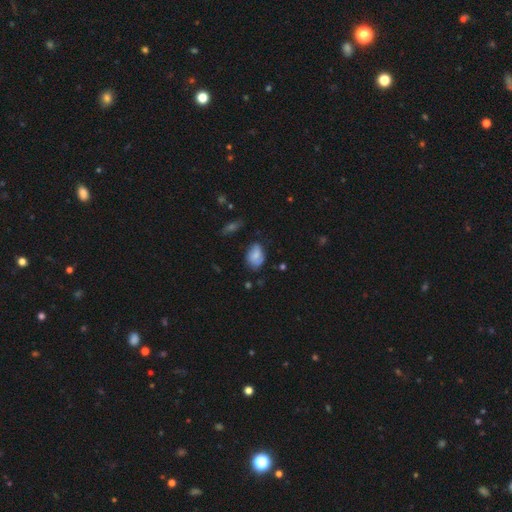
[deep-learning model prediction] The model was most divided on "merging": none: 56%, minor disturbance: 32%, major disturbance: 10%, merger: 2%. More confident: how rounded — in between (82%); smooth or featured — smooth (64%).